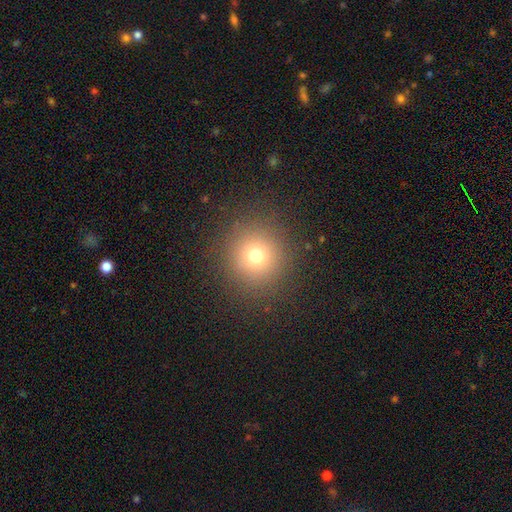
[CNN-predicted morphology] smooth 71%, star or artifact 18%, featured or disk 10%. Down the decision tree: how rounded — round (94%); merging — none (88%).